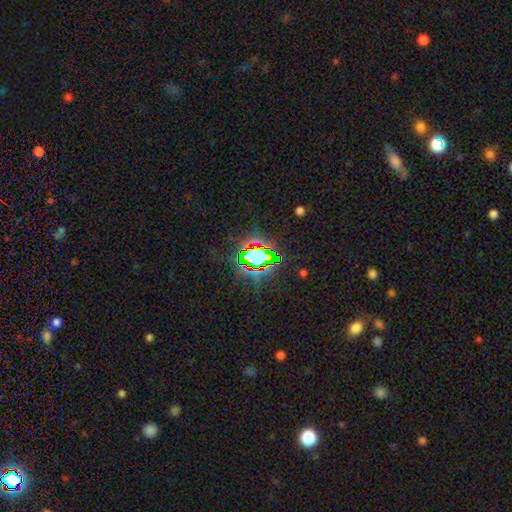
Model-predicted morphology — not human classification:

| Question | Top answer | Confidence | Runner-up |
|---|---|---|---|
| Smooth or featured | star or artifact | 73% | smooth (15%) |